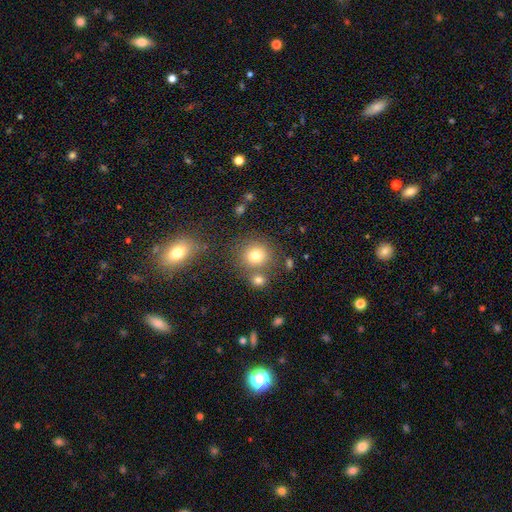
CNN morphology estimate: The model was most divided on "merging": none: 70%, merger: 17%, minor disturbance: 9%, major disturbance: 4%. More confident: how rounded — round (89%); smooth or featured — smooth (76%).